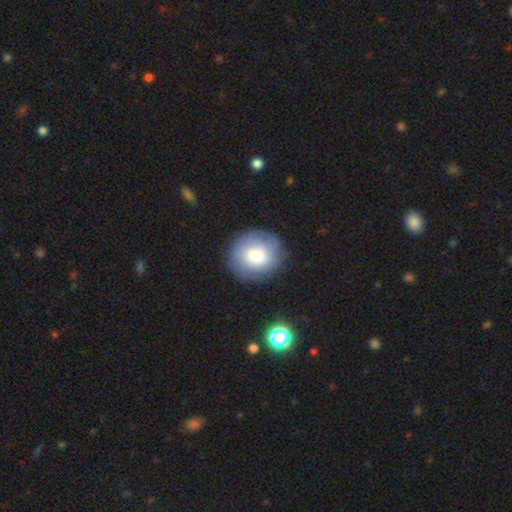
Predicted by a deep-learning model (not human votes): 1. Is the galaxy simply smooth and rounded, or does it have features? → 70% smooth, 21% featured or disk, 9% star or artifact.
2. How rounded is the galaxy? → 85% round, 14% in between, 1% cigar-shaped.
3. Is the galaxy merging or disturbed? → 80% none, 13% minor disturbance, 5% major disturbance, 2% merger.